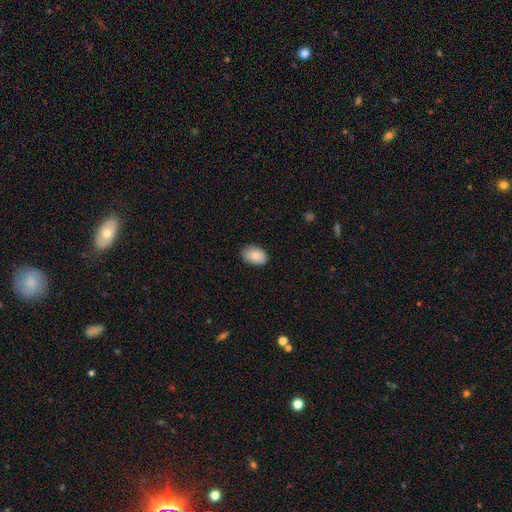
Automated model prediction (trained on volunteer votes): This is clearly a smooth galaxy (84%). How rounded: clearly in between (89%). Merging: clearly none (83%).